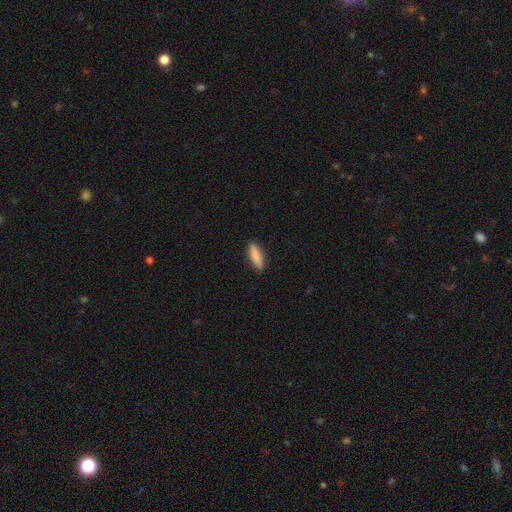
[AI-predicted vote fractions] smooth 84%, featured or disk 10%, star or artifact 6%. Down the decision tree: how rounded — cigar-shaped (64%); merging — none (89%).